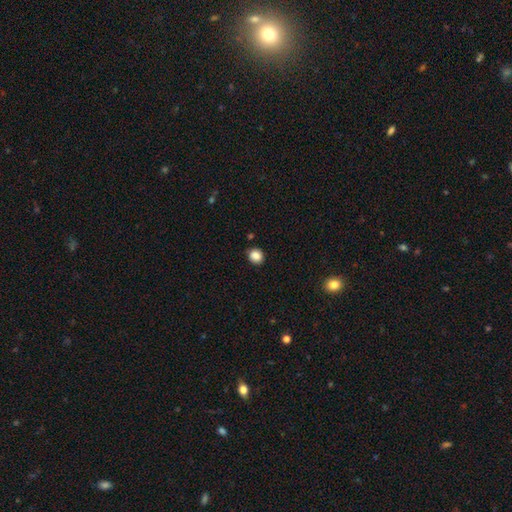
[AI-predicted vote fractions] A smooth galaxy with no disk features (86%) that is round (72%). Merging: none (85%).